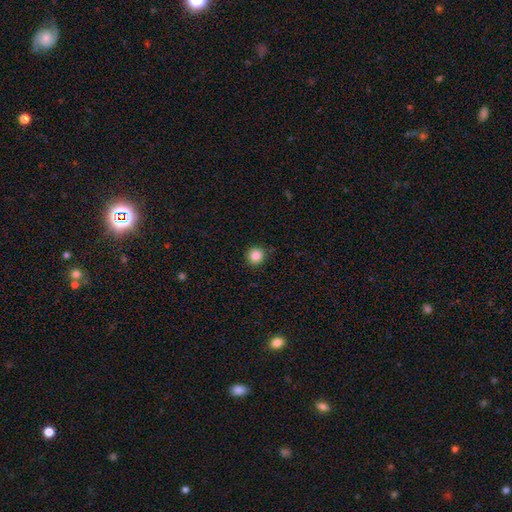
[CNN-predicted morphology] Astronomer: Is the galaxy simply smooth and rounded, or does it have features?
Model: smooth — 86%.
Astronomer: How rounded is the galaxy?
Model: round — 94%.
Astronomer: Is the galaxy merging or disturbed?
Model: none — 90%.